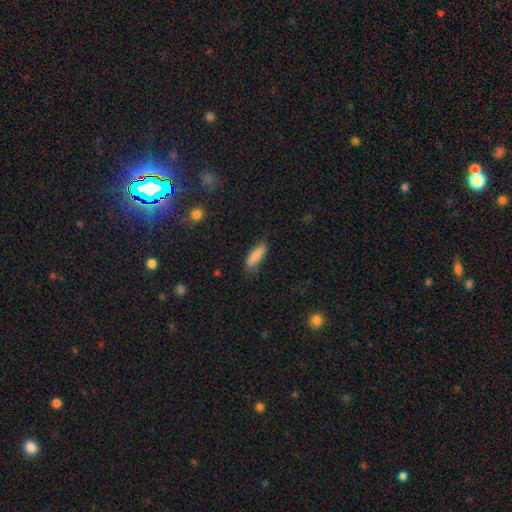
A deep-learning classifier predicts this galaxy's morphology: type=smooth (85%); roundness=in between (50%); merging=none (72%).